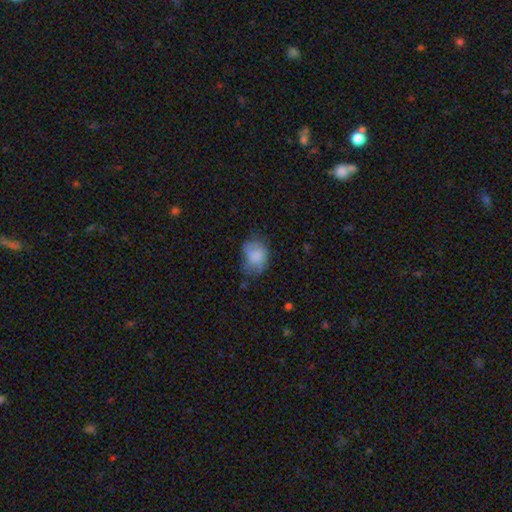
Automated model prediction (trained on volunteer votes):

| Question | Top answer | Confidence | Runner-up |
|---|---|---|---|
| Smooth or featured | smooth | 75% | featured or disk (16%) |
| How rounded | in between | 64% | round (35%) |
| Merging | none | 40% | minor disturbance (36%) |